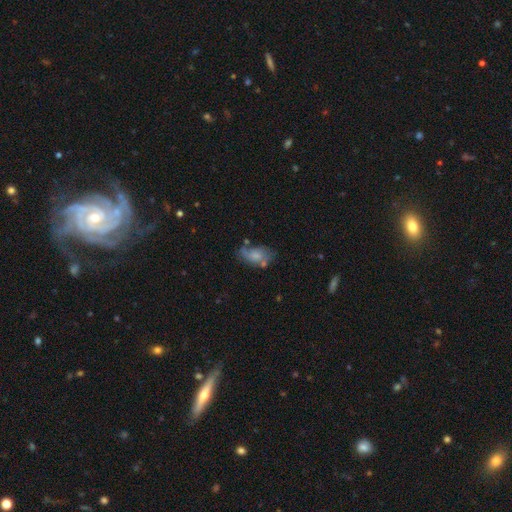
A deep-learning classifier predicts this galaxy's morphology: Smooth or featured?
  - smooth: 57% *
  - featured or disk: 33%
  - star or artifact: 10%
How rounded?
  - in between: 88% *
  - round: 9%
  - cigar-shaped: 4%
Merging?
  - none: 38% *
  - minor disturbance: 28%
  - major disturbance: 20%
  - merger: 14%